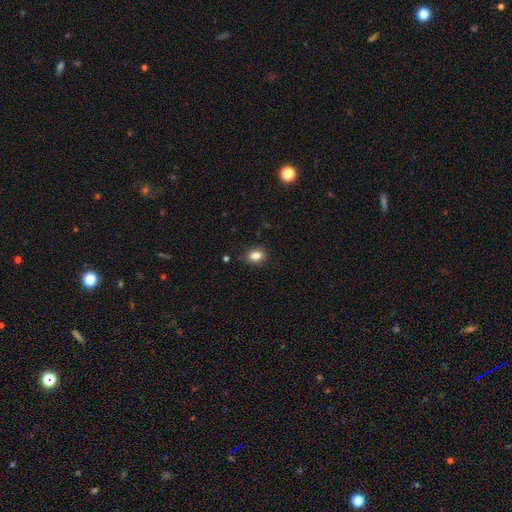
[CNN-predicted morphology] A smooth galaxy with no disk features (84%) that is in between round and cigar-shaped (59%). Merging: none (86%).